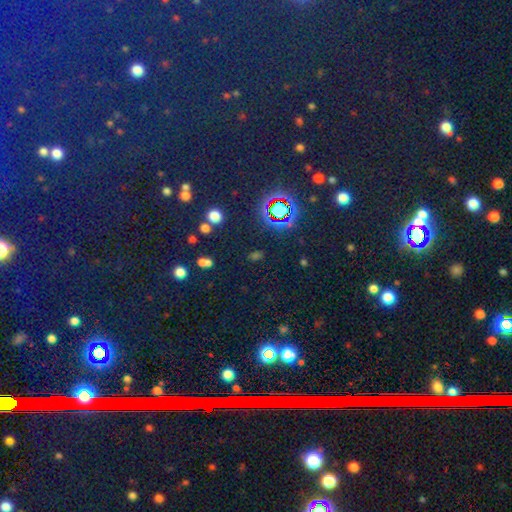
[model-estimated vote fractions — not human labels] This is likely a star or artifact rather than a galaxy (76%).